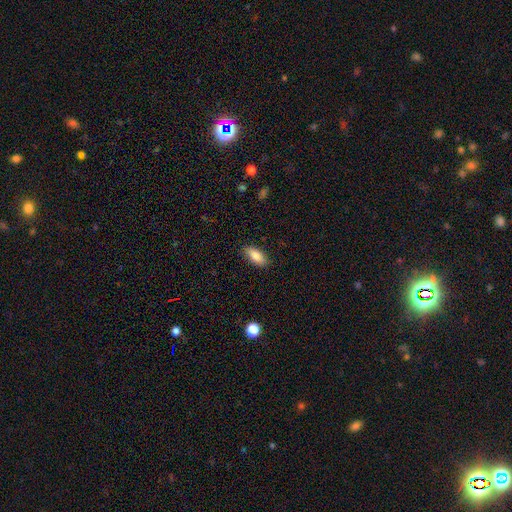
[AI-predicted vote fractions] A smooth galaxy with no disk features (86%) that is in between round and cigar-shaped (84%).

Vote fractions:
- Smooth or featured? smooth: 86% / featured or disk: 8% / star or artifact: 7%
- How rounded? in between: 84% / cigar-shaped: 13% / round: 2%
- Merging? none: 86% / minor disturbance: 10% / major disturbance: 2% / merger: 1%